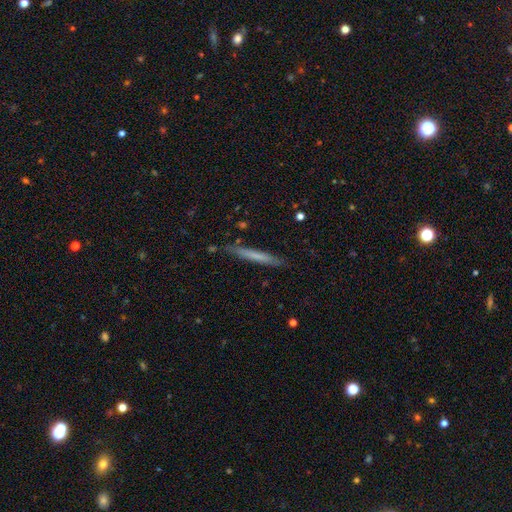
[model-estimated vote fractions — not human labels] Morphology: type=smooth (60%); roundness=cigar-shaped (96%); merging=none (86%).